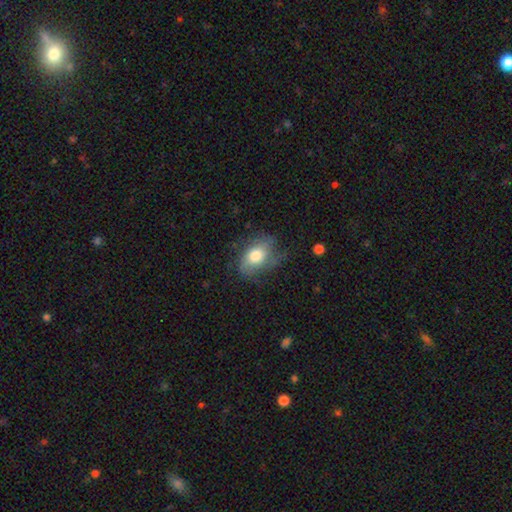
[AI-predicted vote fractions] smooth 65%, featured or disk 28%, star or artifact 8%. Down the decision tree: how rounded — in between (84%); merging — none (55%).